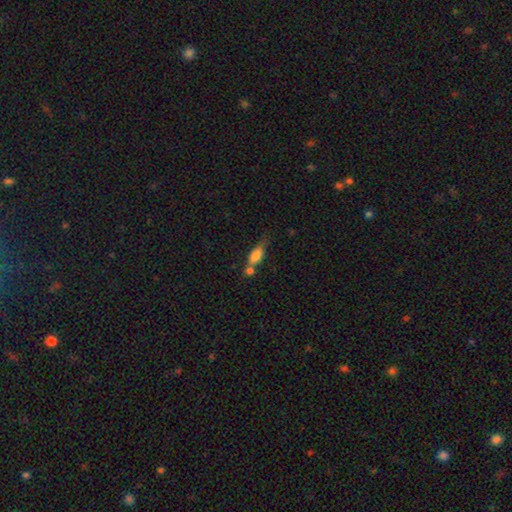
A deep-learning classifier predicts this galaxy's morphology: type=smooth (73%); roundness=in between (70%); merging=merger (39%).